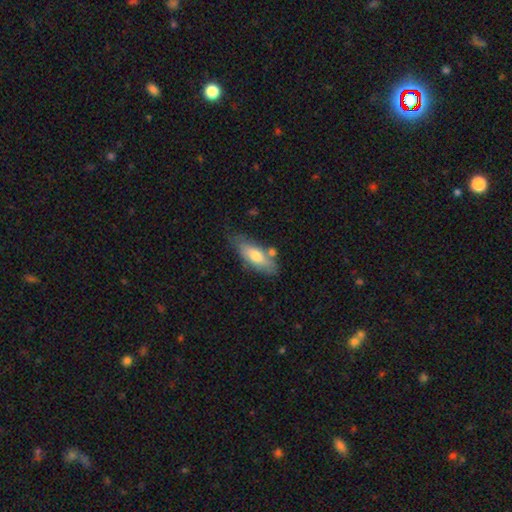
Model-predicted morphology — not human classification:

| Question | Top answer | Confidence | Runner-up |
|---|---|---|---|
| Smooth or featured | smooth | 67% | featured or disk (27%) |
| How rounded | in between | 68% | cigar-shaped (29%) |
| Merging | none | 61% | minor disturbance (23%) |